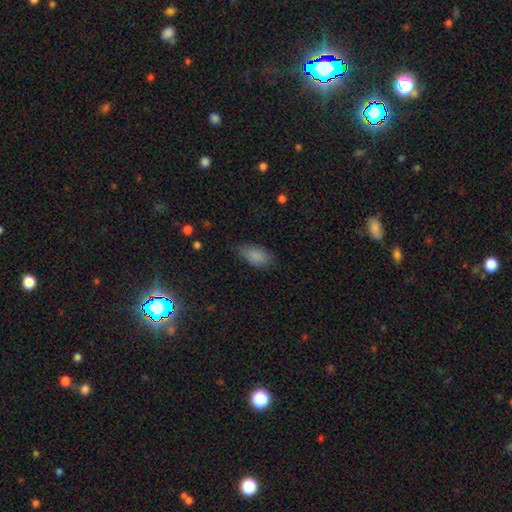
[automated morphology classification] This is clearly a smooth galaxy (85%). How rounded: clearly in between (91%). Merging: likely none (74%).